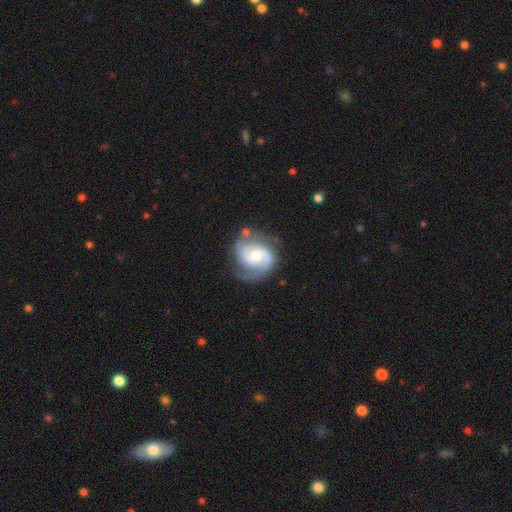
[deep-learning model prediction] Smooth or featured? featured or disk (88%)
Edge-on disk? no (98%)
Bar? no (54%)
Spiral arms? yes (97%)
Spiral winding? medium (45%, tied with tight)
Spiral arm count? 2 (84%)
Bulge size? moderate (65%)
Merging? none (71%)